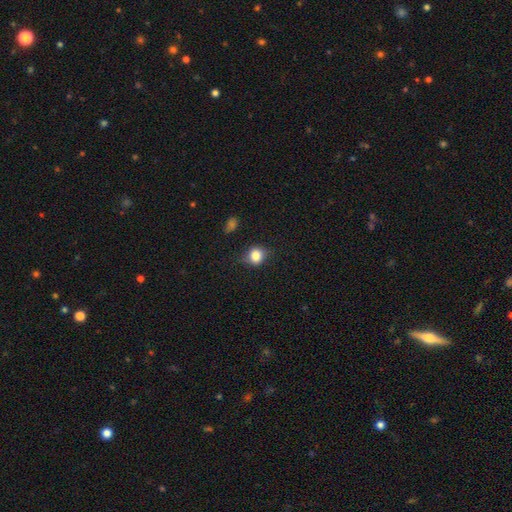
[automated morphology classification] Overall: smooth (82%). How rounded: round (72%). Merging: none (76%).